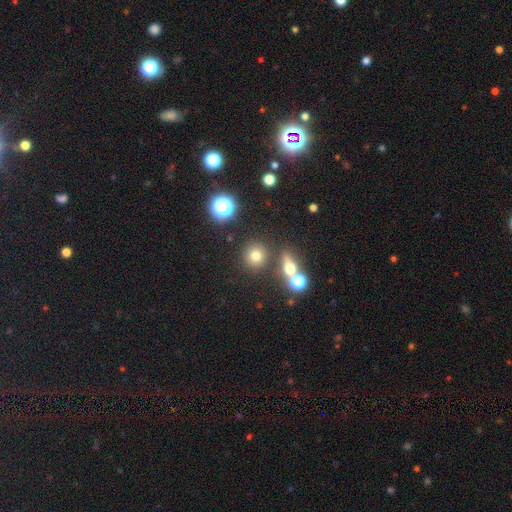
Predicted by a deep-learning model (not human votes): Morphology: type=smooth (69%); roundness=round (91%); merging=none (81%).